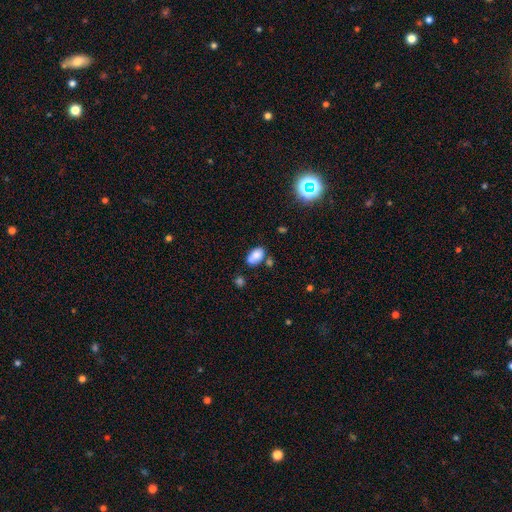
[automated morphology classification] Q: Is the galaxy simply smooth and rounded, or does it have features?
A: smooth — 80%.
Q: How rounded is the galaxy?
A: in between — 90%.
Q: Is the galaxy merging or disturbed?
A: none — 56%.